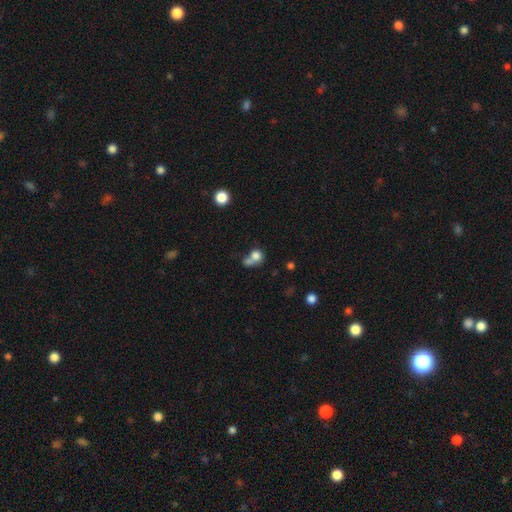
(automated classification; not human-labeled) Smooth or featured?
  - smooth: 77% *
  - featured or disk: 11%
  - star or artifact: 11%
How rounded?
  - round: 74% *
  - in between: 25%
  - cigar-shaped: 1%
Merging?
  - merger: 52% *
  - none: 31%
  - minor disturbance: 10%
  - major disturbance: 7%